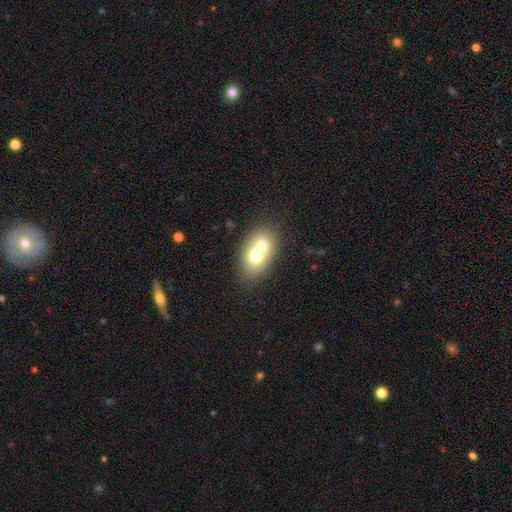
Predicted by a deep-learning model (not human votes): Overall: smooth (63%; featured or disk 28%). How rounded: in between (68%; round 31%). Merging: merger (68%).